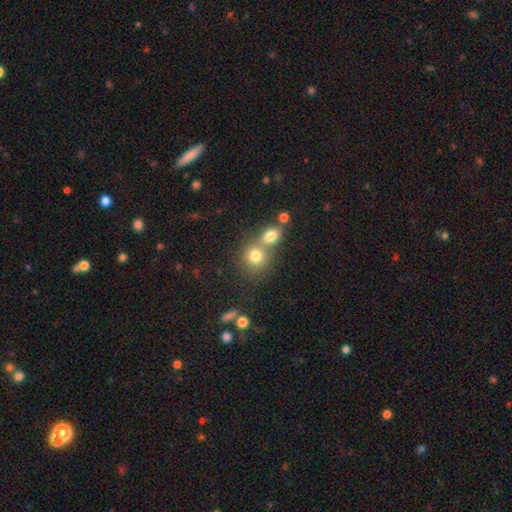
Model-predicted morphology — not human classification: type=smooth (78%); roundness=round (78%); merging=merger (46%).